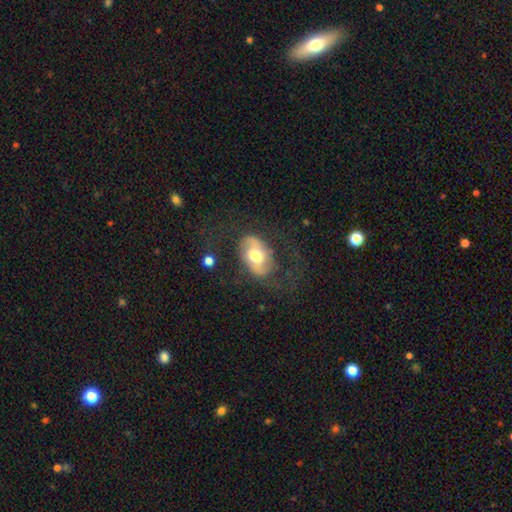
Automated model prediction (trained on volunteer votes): This appears to be a featured or disk galaxy (55%) with no bar (44%), spiral arms (66%) and a moderate central bulge (68%). Merging: none (60%).